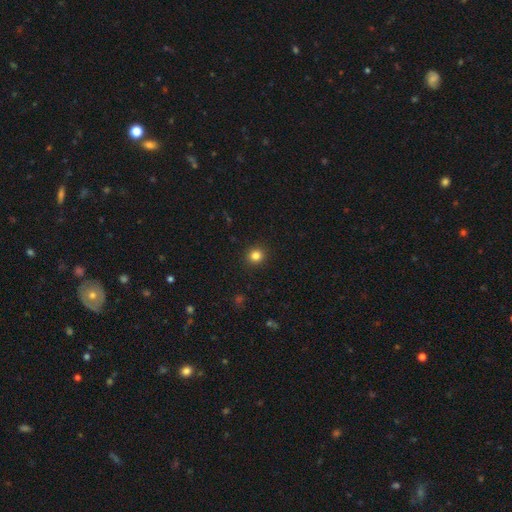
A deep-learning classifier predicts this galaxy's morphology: The model was most divided on "smooth or featured": smooth: 83%, star or artifact: 12%, featured or disk: 5%. More confident: merging — none (92%); how rounded — round (90%).